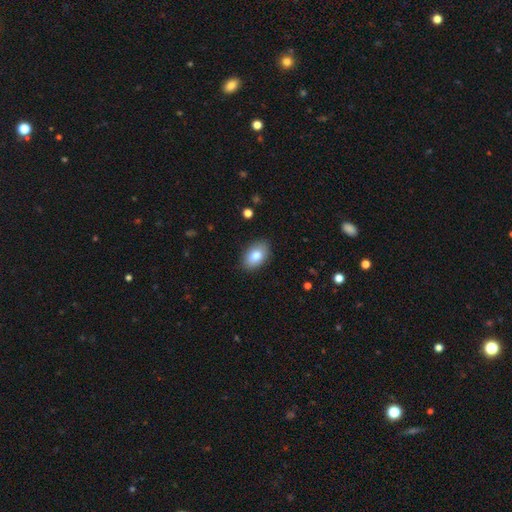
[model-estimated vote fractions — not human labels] A smooth galaxy with no disk features (83%) that is in between round and cigar-shaped (90%). Merging: none (87%).